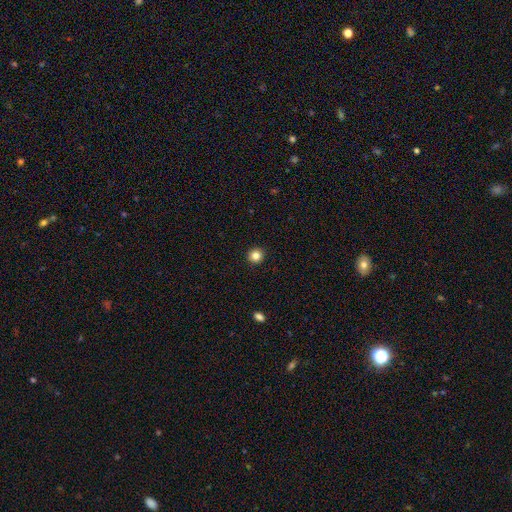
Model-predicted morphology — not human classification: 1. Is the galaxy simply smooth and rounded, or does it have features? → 84% smooth, 12% star or artifact, 4% featured or disk.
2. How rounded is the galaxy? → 94% round, 5% in between, 1% cigar-shaped.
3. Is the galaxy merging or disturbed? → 94% none, 4% minor disturbance, 1% major disturbance, 1% merger.